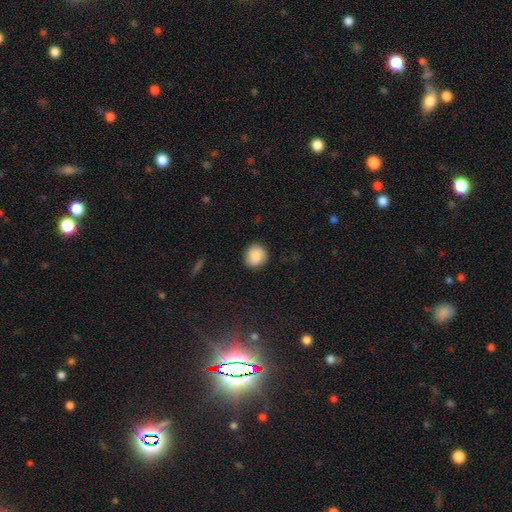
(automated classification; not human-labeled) Smooth or featured? Predicted: smooth (p=0.87). How rounded? Predicted: round (p=0.86). Merging? Predicted: none (p=0.88).